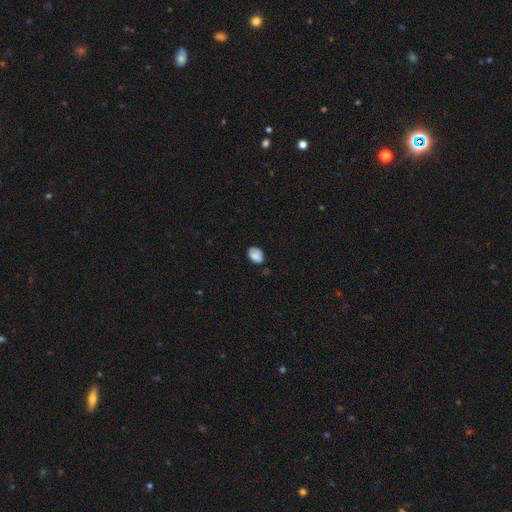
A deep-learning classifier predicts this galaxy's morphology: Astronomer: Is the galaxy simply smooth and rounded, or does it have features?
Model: smooth — 76%.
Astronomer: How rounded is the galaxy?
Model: in between — 81%.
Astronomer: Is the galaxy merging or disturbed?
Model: none — 70%.